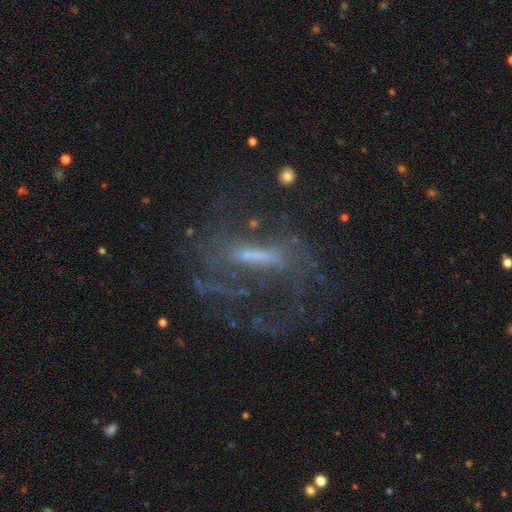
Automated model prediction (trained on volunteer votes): featured or disk 77%, star or artifact 12%, smooth 11%. Down the decision tree: edge-on disk — no (87%); bar — strong (52%); spiral arms — yes (76%); spiral arm count — 2 (47%); spiral winding — medium (41%); bulge size — small (42%); merging — none (53%).